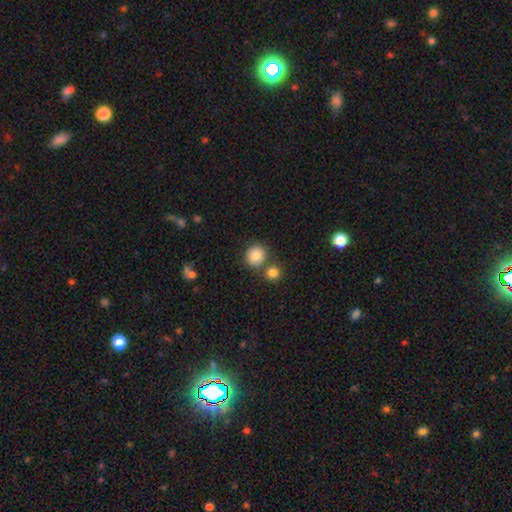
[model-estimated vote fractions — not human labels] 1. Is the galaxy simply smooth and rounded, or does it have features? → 84% smooth, 10% star or artifact, 6% featured or disk.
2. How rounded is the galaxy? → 86% round, 13% in between, 1% cigar-shaped.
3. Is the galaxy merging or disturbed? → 69% none, 19% merger, 9% minor disturbance, 3% major disturbance.